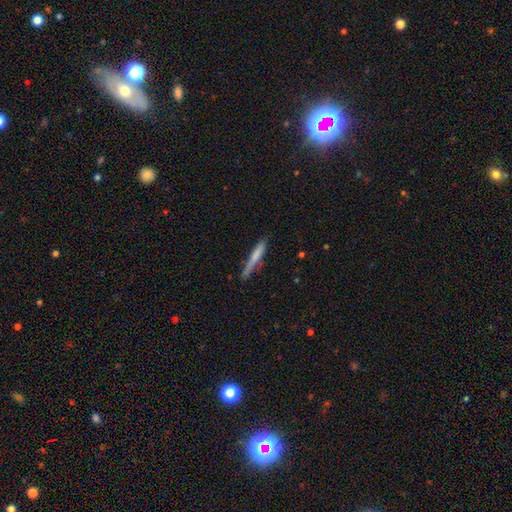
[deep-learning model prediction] Q: Smooth or featured?
A: smooth (67%); runner-up: featured or disk (27%)
Q: How rounded?
A: cigar-shaped (95%); runner-up: in between (4%)
Q: Merging?
A: none (77%); runner-up: minor disturbance (17%)